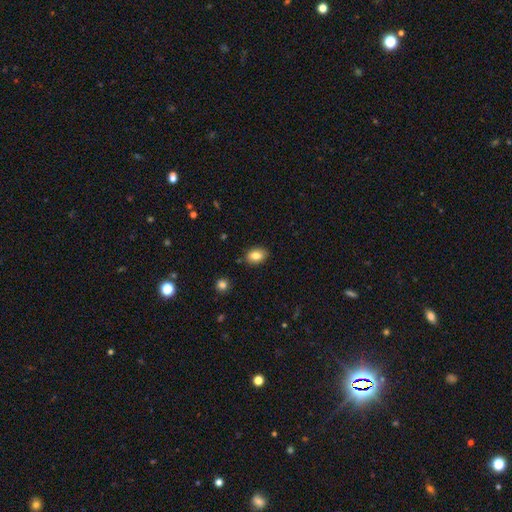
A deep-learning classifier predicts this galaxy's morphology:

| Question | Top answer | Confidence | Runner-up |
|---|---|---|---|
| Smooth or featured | smooth | 82% | featured or disk (9%) |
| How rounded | in between | 78% | round (20%) |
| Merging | none | 85% | minor disturbance (11%) |